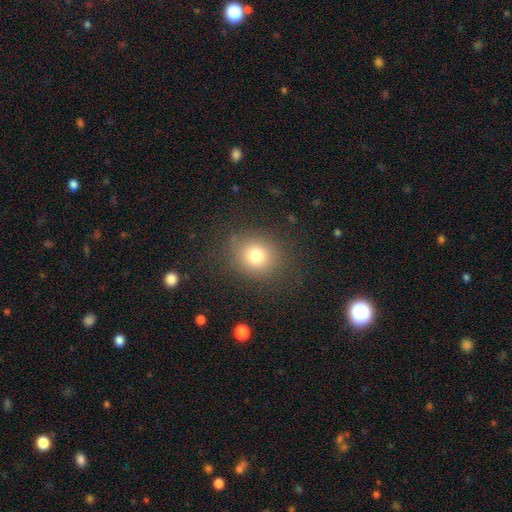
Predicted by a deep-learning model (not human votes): Smooth or featured?
  - smooth: 78% *
  - star or artifact: 13%
  - featured or disk: 9%
How rounded?
  - round: 71% *
  - in between: 28%
  - cigar-shaped: 1%
Merging?
  - none: 83% *
  - minor disturbance: 11%
  - major disturbance: 5%
  - merger: 1%